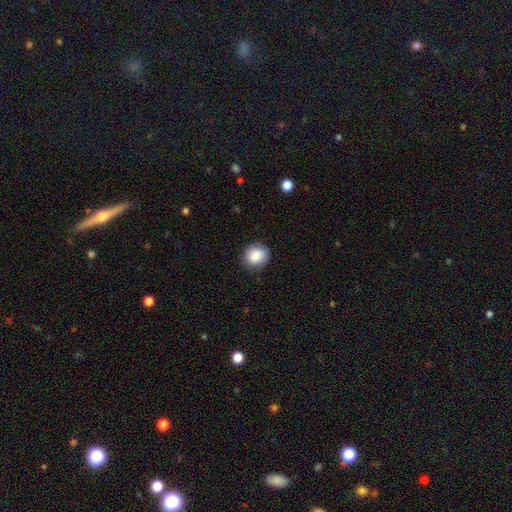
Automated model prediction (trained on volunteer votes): A smooth galaxy with no disk features (87%) that is round (74%). Merging: none (85%).